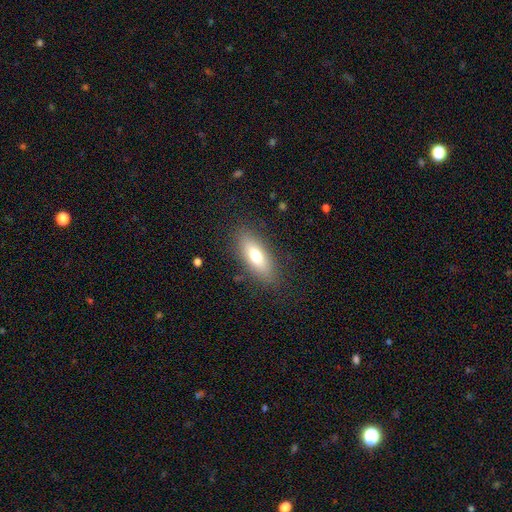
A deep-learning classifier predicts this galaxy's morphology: Smooth or featured? Predicted: smooth (p=0.72). How rounded? Predicted: in between (p=0.71). Merging? Predicted: none (p=0.84).